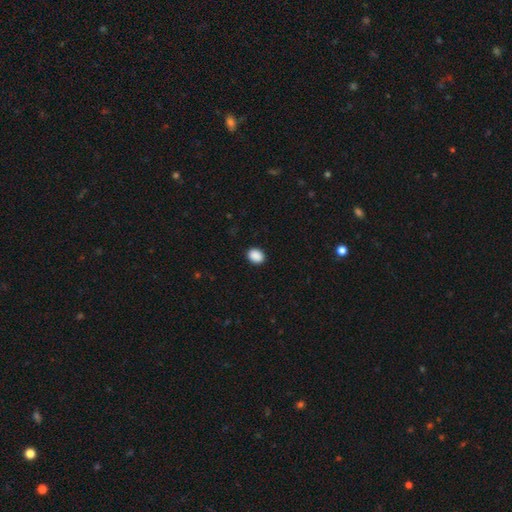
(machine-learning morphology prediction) smooth_or_featured: smooth (p=0.90) [alt: star or artifact p=0.08]
how_rounded: in between (p=0.63) [alt: round p=0.36]
merging: none (p=0.91) [alt: minor disturbance p=0.07]